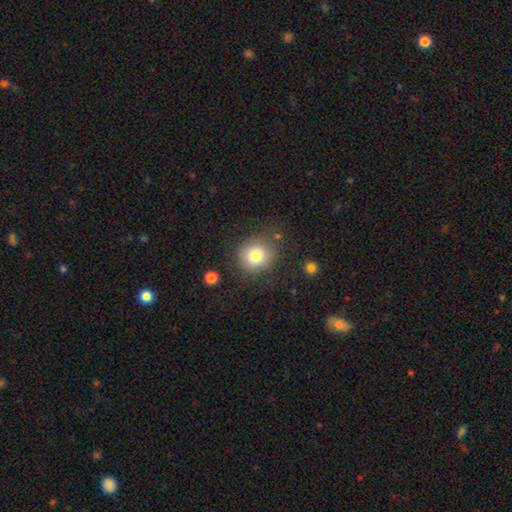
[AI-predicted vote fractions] Smooth or featured?
  - smooth: 80% *
  - star or artifact: 11%
  - featured or disk: 10%
How rounded?
  - round: 85% *
  - in between: 14%
  - cigar-shaped: 1%
Merging?
  - none: 79% *
  - minor disturbance: 12%
  - major disturbance: 5%
  - merger: 3%